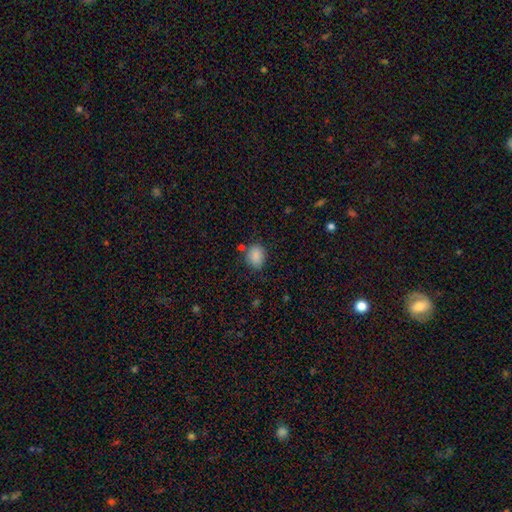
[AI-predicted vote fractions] Morphology: type=smooth (87%); roundness=in between (56%); merging=none (75%).